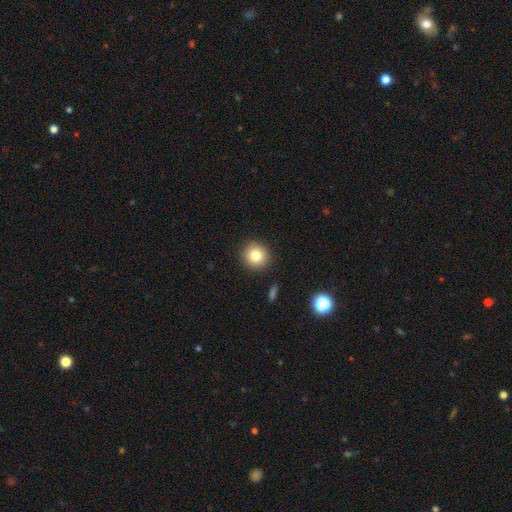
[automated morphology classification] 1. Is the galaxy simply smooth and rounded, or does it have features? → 81% smooth, 10% star or artifact, 9% featured or disk.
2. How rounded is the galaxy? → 92% round, 8% in between, 1% cigar-shaped.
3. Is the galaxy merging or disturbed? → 90% none, 6% minor disturbance, 2% major disturbance, 1% merger.